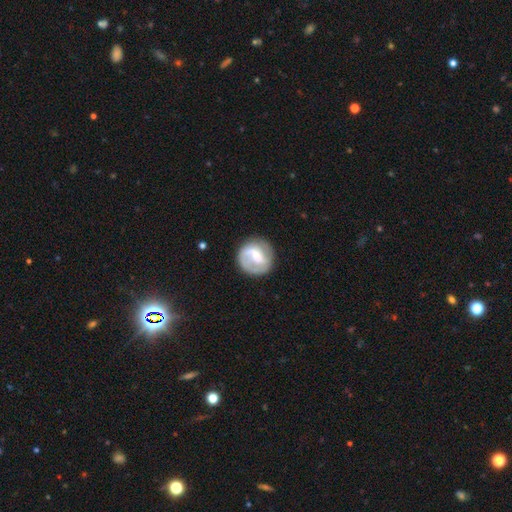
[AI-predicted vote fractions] This is likely a featured or disk galaxy (66%). It is clearly not viewed edge-on (98%). Bar: possibly weak (52%). Spiral arm pattern: clearly yes (83%). Spiral arm count: likely 2 (61%). Spiral winding: marginally medium (39%). Central bulge: possibly moderate (47%). Merging: likely none (76%).